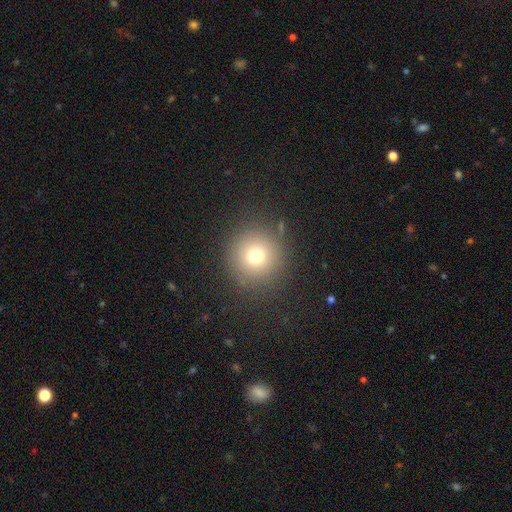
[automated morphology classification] A smooth galaxy with no disk features (72%) that is round (95%). Merging: none (87%).